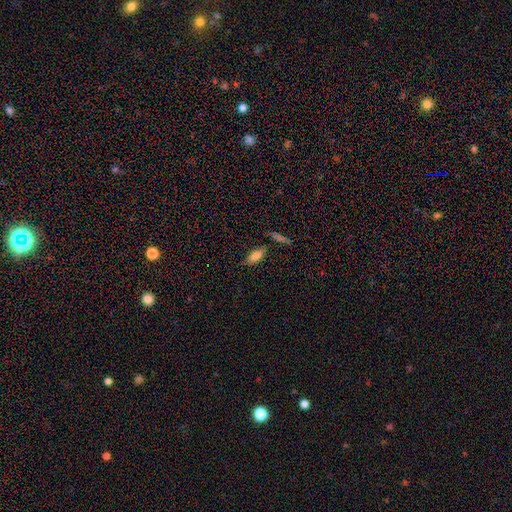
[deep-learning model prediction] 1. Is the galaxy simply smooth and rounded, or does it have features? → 80% smooth, 10% star or artifact, 10% featured or disk.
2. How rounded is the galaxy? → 85% in between, 12% cigar-shaped, 3% round.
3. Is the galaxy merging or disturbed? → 71% none, 17% minor disturbance, 7% merger, 5% major disturbance.